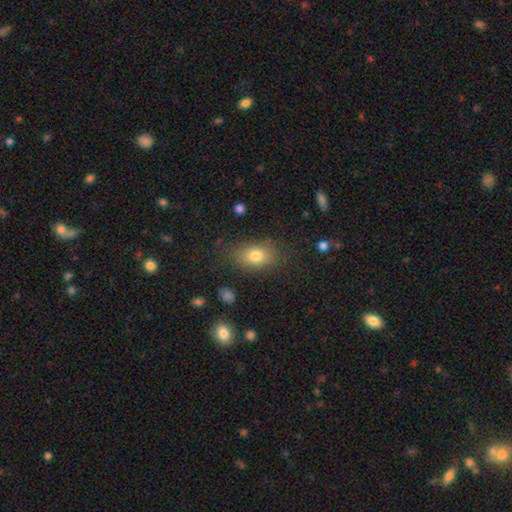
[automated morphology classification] Overall: smooth (78%). How rounded: in between (79%). Merging: none (78%).